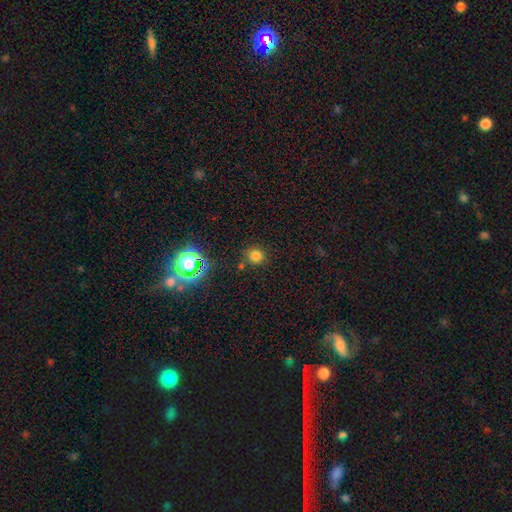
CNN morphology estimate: Overall: smooth (72%). How rounded: round (90%). Merging: none (80%).